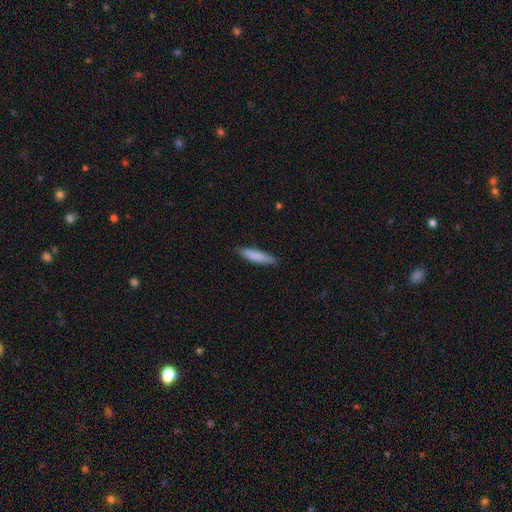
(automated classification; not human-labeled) smooth_or_featured: smooth (p=0.84) [alt: featured or disk p=0.10]
how_rounded: cigar-shaped (p=0.79) [alt: in between p=0.20]
merging: none (p=0.85) [alt: minor disturbance p=0.12]